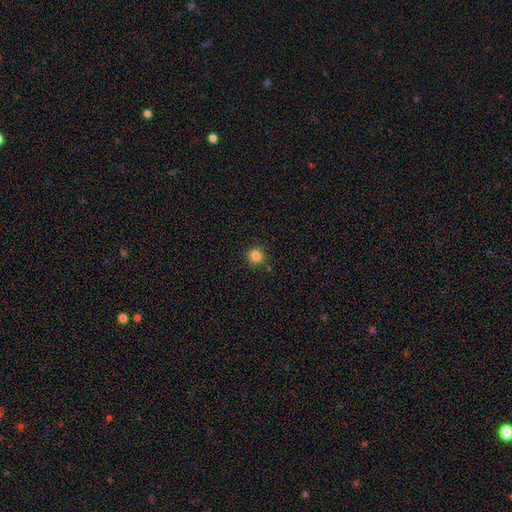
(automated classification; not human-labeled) A smooth galaxy with no disk features (84%) that is round (95%). Merging: none (86%).